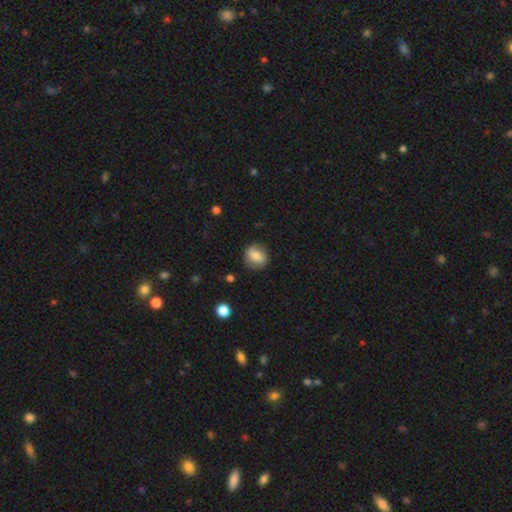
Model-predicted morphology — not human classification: A smooth galaxy with no disk features (78%) that is round (73%). Merging: none (84%).